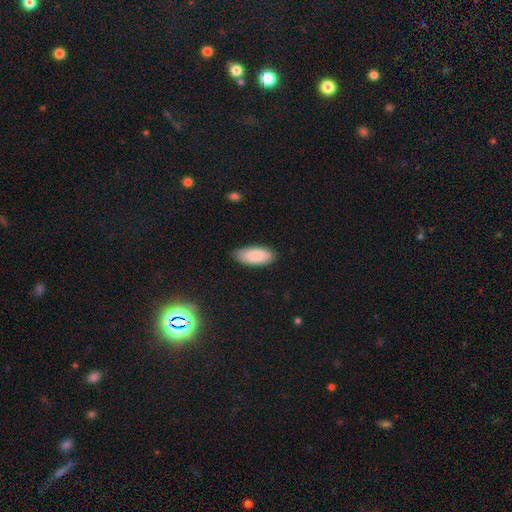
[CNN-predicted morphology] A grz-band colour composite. It shows a smooth galaxy with no disk features (88%) that is in between round and cigar-shaped (88%). Merging: none (81%).